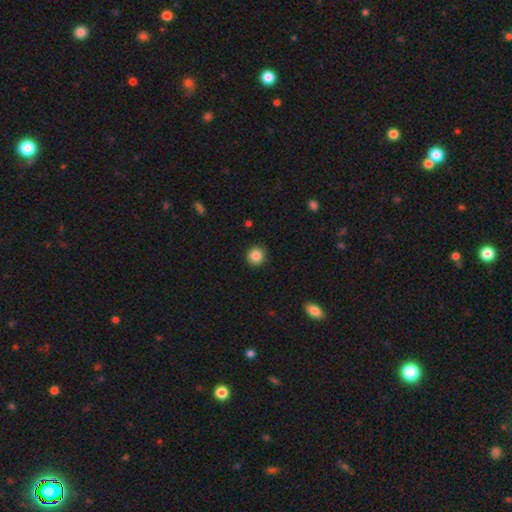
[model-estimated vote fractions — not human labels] A smooth galaxy with no disk features (87%) that is round (94%).

Vote fractions:
- Smooth or featured? smooth: 87% / star or artifact: 10% / featured or disk: 4%
- How rounded? round: 94% / in between: 5% / cigar-shaped: 1%
- Merging? none: 92% / minor disturbance: 5% / major disturbance: 2% / merger: 1%